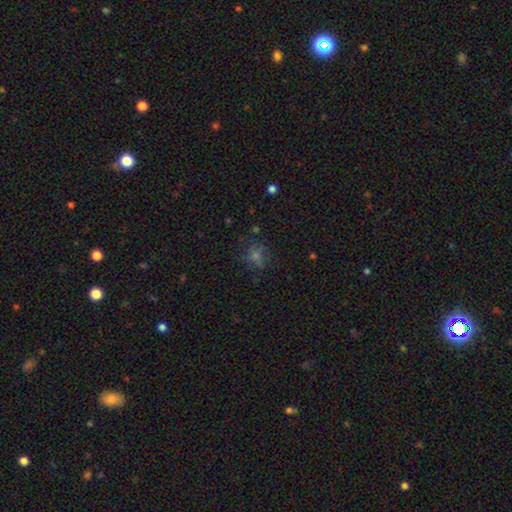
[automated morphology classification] The model was most divided on "smooth or featured": smooth: 51%, star or artifact: 35%, featured or disk: 14%. More confident: merging — none (72%); how rounded — round (66%).